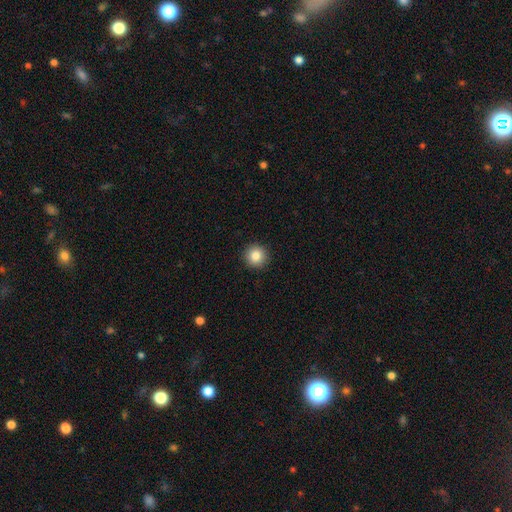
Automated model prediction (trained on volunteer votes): Morphology: type=smooth (84%); roundness=round (95%); merging=none (93%).